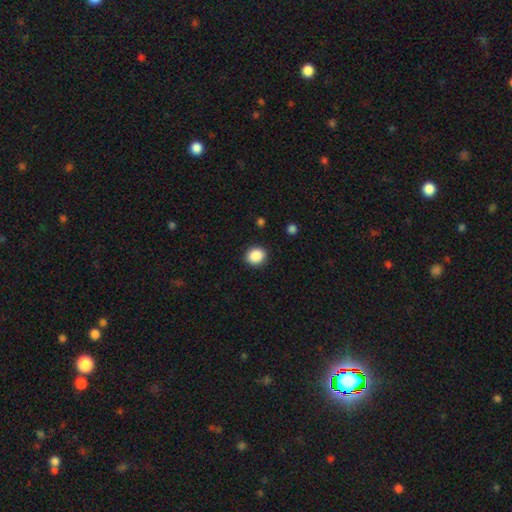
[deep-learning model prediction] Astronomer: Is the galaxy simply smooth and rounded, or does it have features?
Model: smooth — 88%.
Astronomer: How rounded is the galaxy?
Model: round — 77%.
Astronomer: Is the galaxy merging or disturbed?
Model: none — 90%.